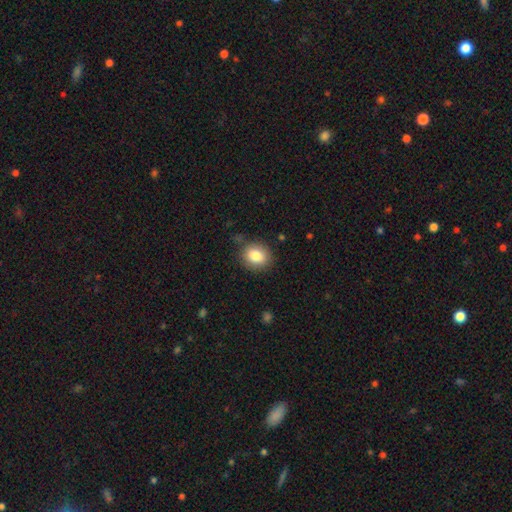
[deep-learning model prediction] Smooth or featured: smooth — 82% (star or artifact — 9%)
How rounded: round — 68% (in between — 31%)
Merging: none — 83% (minor disturbance — 11%)